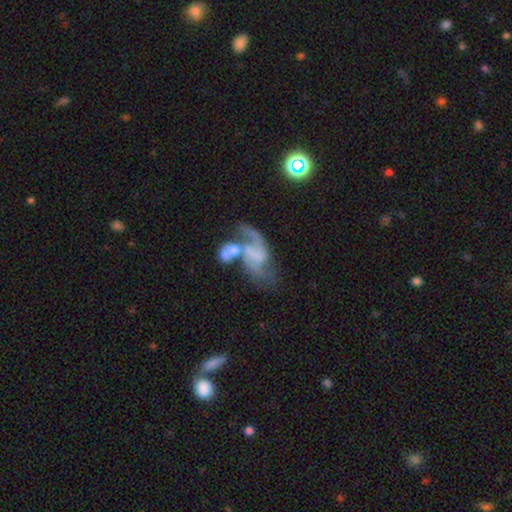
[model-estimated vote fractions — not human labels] This is likely a featured or disk galaxy (74%). It is clearly not viewed edge-on (97%). Bar: possibly no (51%). Spiral arm pattern: clearly yes (83%). Spiral arm count: likely 2 (67%). Spiral winding: likely loose (66%). Central bulge: marginally none (45%). Merging: possibly merger (54%).